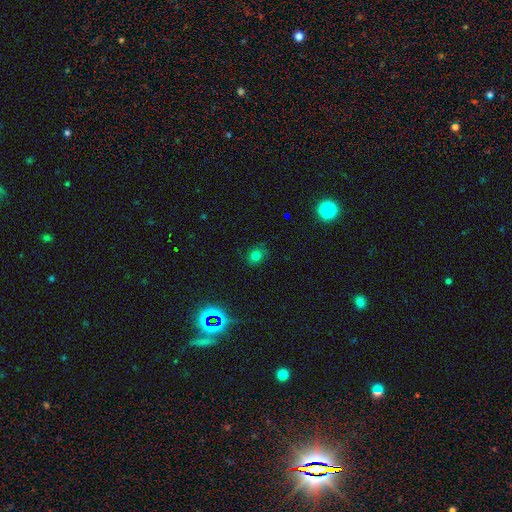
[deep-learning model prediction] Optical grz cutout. It shows a smooth galaxy with no disk features (71%) that is round (65%). Merging: none (81%).